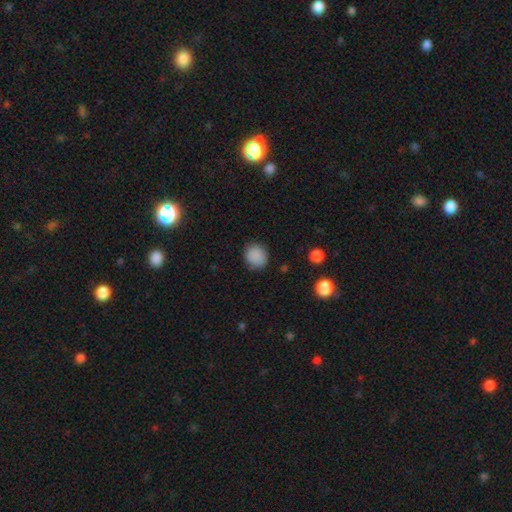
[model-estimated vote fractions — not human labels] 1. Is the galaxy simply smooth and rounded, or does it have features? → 87% smooth, 9% star or artifact, 4% featured or disk.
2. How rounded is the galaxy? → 82% round, 17% in between, 1% cigar-shaped.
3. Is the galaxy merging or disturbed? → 87% none, 10% minor disturbance, 3% major disturbance, 1% merger.